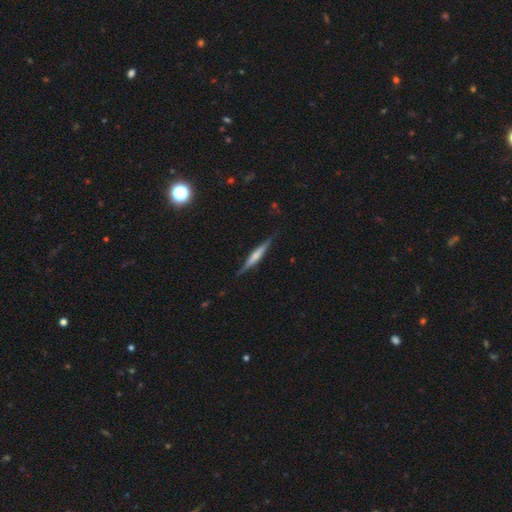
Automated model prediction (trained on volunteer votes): Smooth or featured: featured or disk — 61% (smooth — 33%)
Edge-on disk: yes — 97% (no — 3%)
Edge-on bulge: rounded — 54% (none — 25%)
Merging: none — 85% (minor disturbance — 11%)